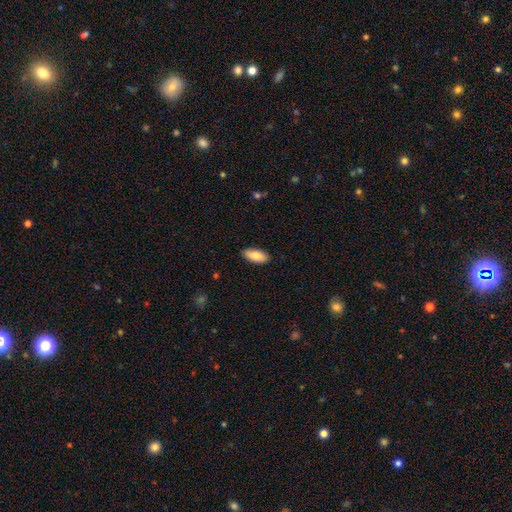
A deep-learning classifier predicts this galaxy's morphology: Smooth or featured? Predicted: smooth (p=0.84). How rounded? Predicted: in between (p=0.90). Merging? Predicted: none (p=0.87).